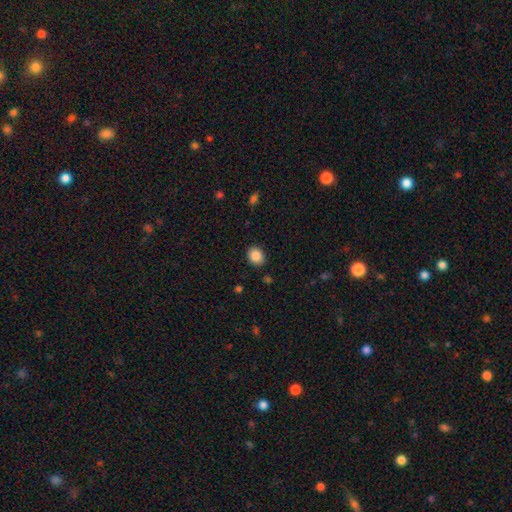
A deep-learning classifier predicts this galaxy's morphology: Smooth or featured? Predicted: smooth (p=0.86). How rounded? Predicted: round (p=0.59). Merging? Predicted: none (p=0.89).